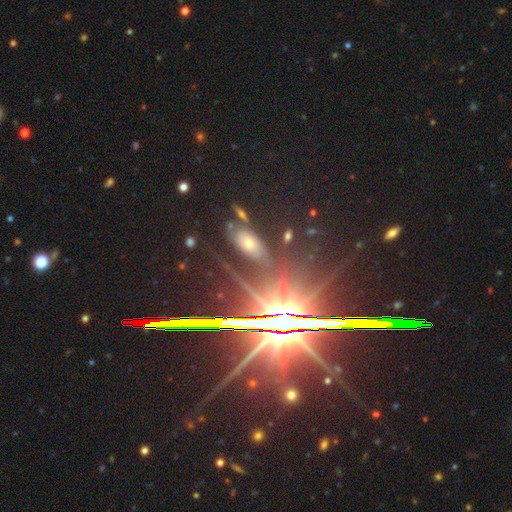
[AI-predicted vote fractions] smooth_or_featured: star or artifact (p=0.57) [alt: featured or disk p=0.27]